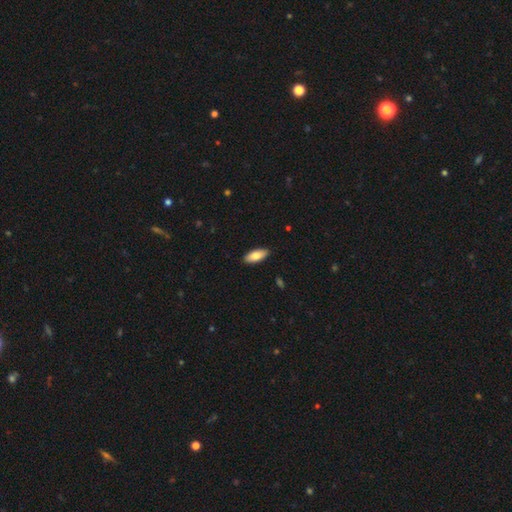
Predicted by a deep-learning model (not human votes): smooth-or-featured: smooth: 80% | featured or disk: 14% | star or artifact: 6%
  how-rounded: in between: 83% | cigar-shaped: 15% | round: 2%
  merging: none: 90% | minor disturbance: 7% | major disturbance: 1% | merger: 1%